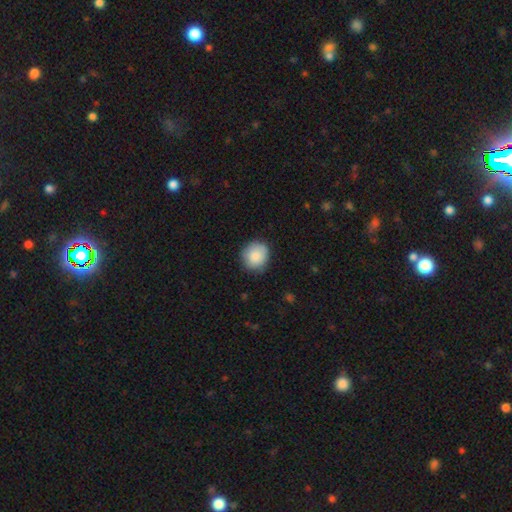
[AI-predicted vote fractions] This appears to be a smooth galaxy with no disk features (87%) that is round (84%). Merging: none (82%).